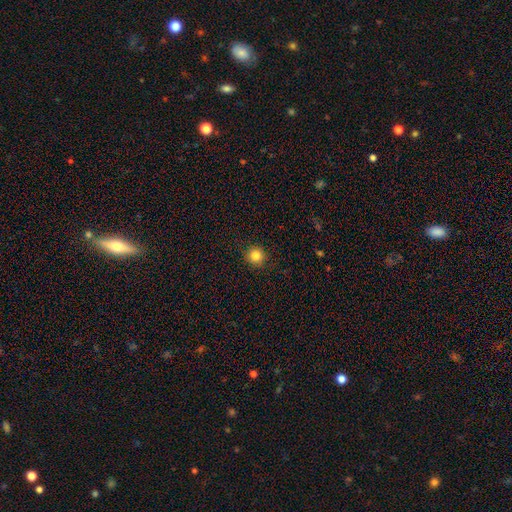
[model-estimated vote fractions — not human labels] The model was most divided on "smooth or featured": smooth: 84%, star or artifact: 12%, featured or disk: 5%. More confident: how rounded — round (93%); merging — none (91%).